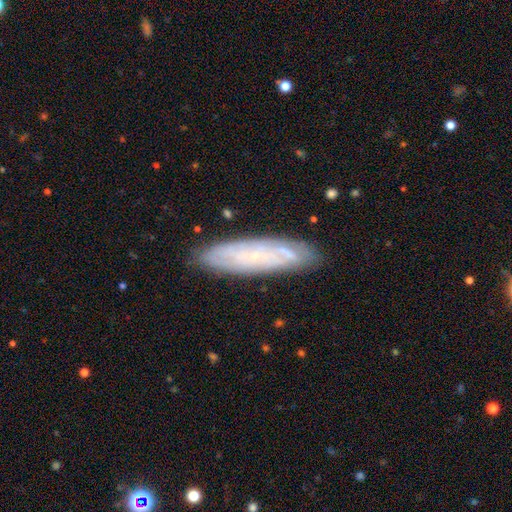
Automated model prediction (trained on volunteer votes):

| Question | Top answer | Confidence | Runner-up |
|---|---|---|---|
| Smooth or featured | featured or disk | 59% | smooth (33%) |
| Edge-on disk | no | 66% | yes (34%) |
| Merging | none | 84% | minor disturbance (12%) |